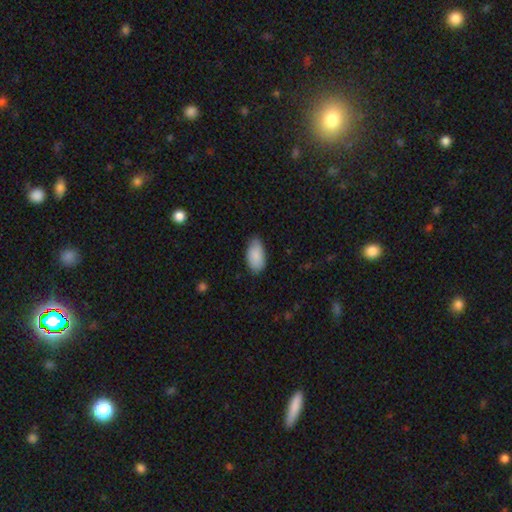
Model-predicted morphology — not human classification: A smooth galaxy with no disk features (88%) that is in between round and cigar-shaped (95%).

Vote fractions:
- Smooth or featured? smooth: 88% / featured or disk: 6% / star or artifact: 6%
- How rounded? in between: 95% / round: 3% / cigar-shaped: 2%
- Merging? none: 75% / minor disturbance: 21% / major disturbance: 3% / merger: 1%